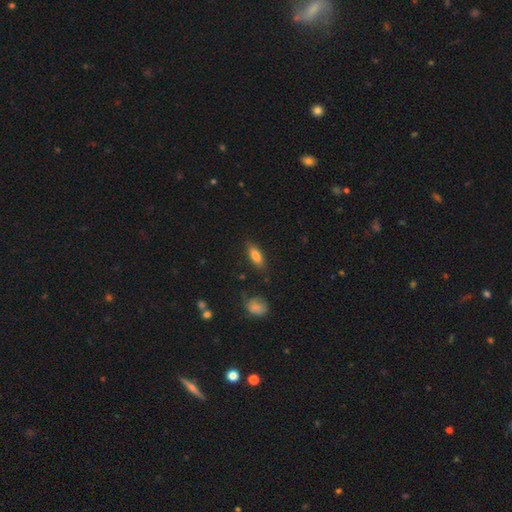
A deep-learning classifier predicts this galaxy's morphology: This is clearly a smooth galaxy (81%). How rounded: likely in between (72%). Merging: clearly none (81%).